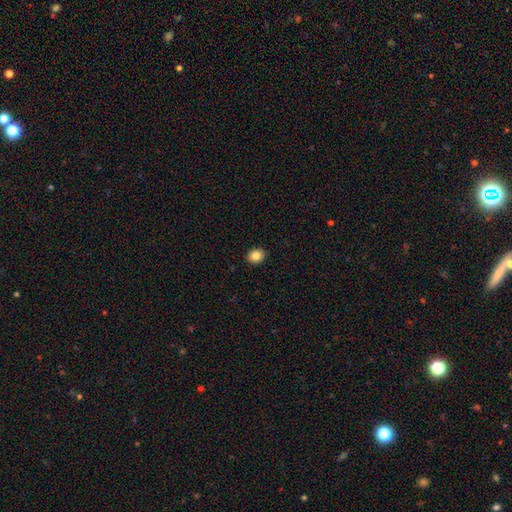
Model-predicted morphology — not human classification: Smooth or featured? smooth (84%)
How rounded? round (58%)
Merging? none (92%)